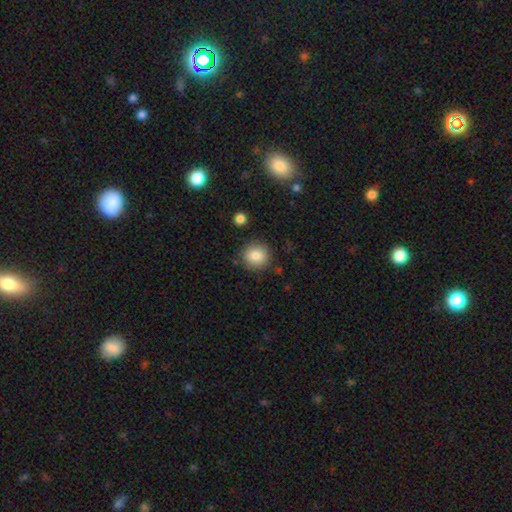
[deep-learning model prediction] Smooth or featured?
  - smooth: 84% *
  - star or artifact: 9%
  - featured or disk: 7%
How rounded?
  - round: 92% *
  - in between: 7%
  - cigar-shaped: 1%
Merging?
  - none: 86% *
  - minor disturbance: 9%
  - major disturbance: 3%
  - merger: 2%